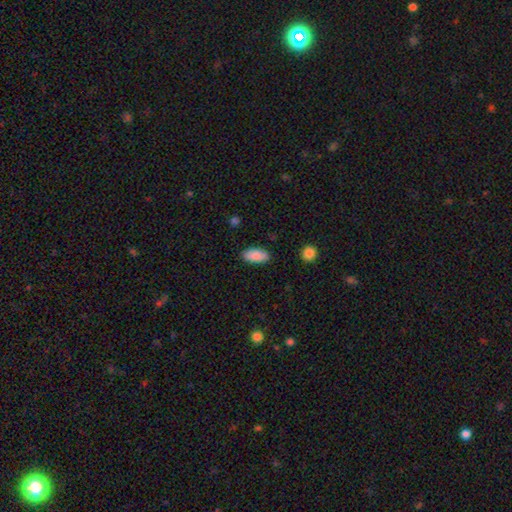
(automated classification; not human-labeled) Smooth or featured? Predicted: smooth (p=0.88). How rounded? Predicted: in between (p=0.92). Merging? Predicted: none (p=0.86).